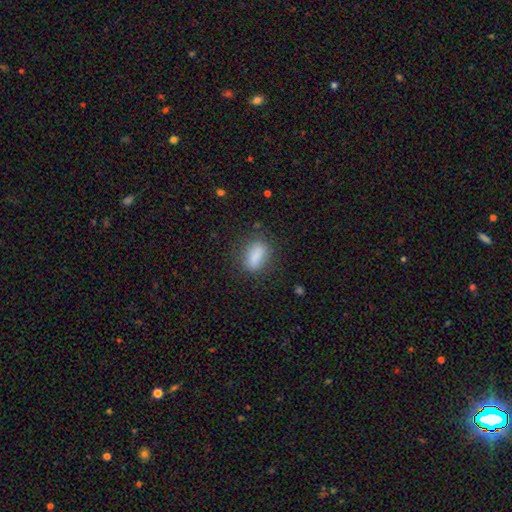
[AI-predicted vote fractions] Smooth or featured? Predicted: smooth (p=0.84). How rounded? Predicted: in between (p=0.82). Merging? Predicted: none (p=0.77).